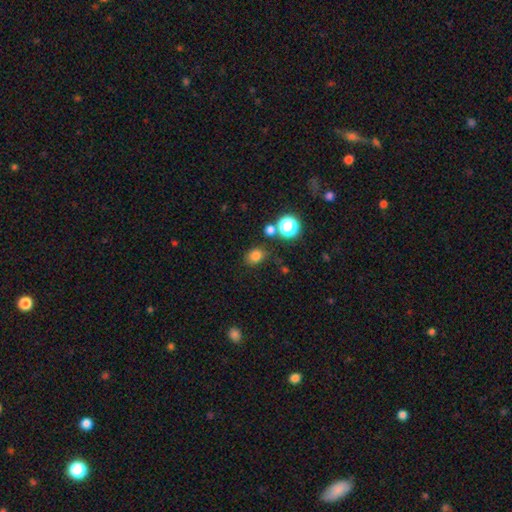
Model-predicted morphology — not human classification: This is likely a smooth galaxy (77%). How rounded: possibly round (54%). Merging: likely none (77%).